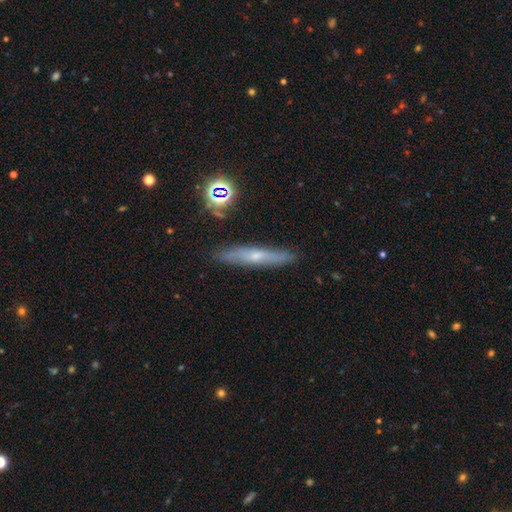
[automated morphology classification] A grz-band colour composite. It shows a featured or disk galaxy (51%) viewed edge-on (87%). Merging: none (86%).